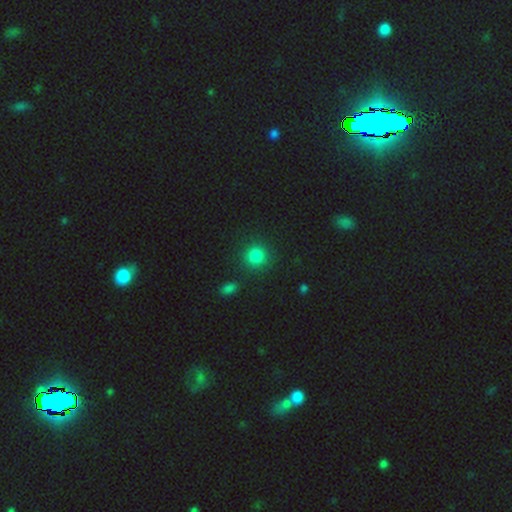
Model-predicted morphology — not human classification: smooth_or_featured: smooth (p=0.83) [alt: star or artifact p=0.13]
how_rounded: round (p=0.91) [alt: in between p=0.08]
merging: none (p=0.87) [alt: minor disturbance p=0.07]